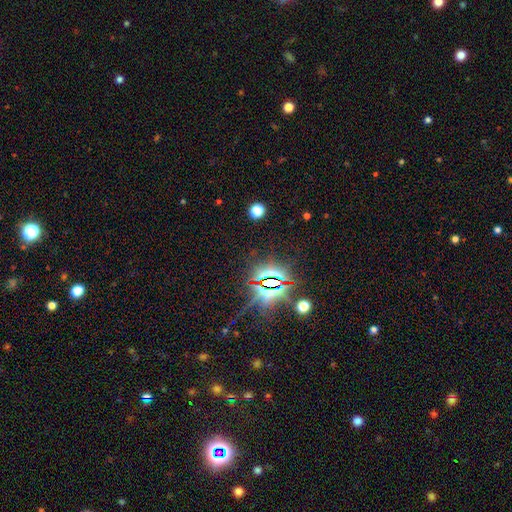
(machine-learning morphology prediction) smooth_or_featured: star or artifact (p=0.83) [alt: smooth p=0.10]